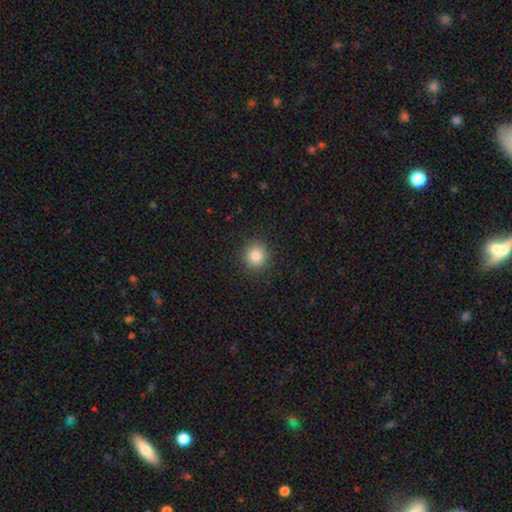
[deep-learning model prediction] smooth_or_featured: smooth (p=0.85) [alt: star or artifact p=0.10]
how_rounded: round (p=0.90) [alt: in between p=0.09]
merging: none (p=0.90) [alt: minor disturbance p=0.07]